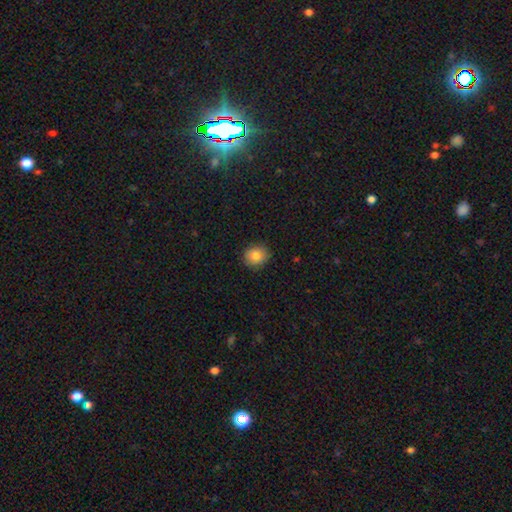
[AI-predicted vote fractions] This appears to be a smooth galaxy with no disk features (83%) that is round (82%). Merging: none (89%).